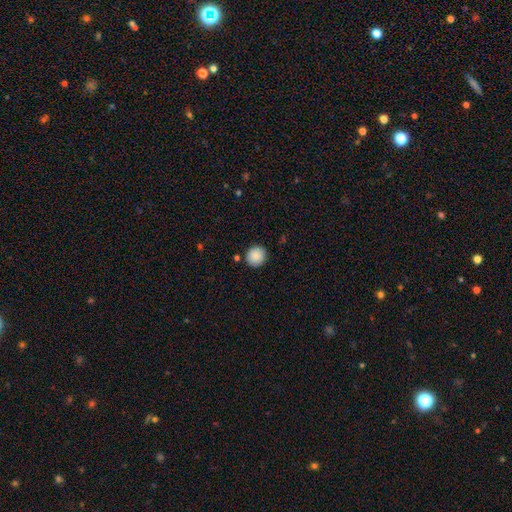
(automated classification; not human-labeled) Morphology: type=smooth (89%); roundness=round (91%); merging=none (89%).